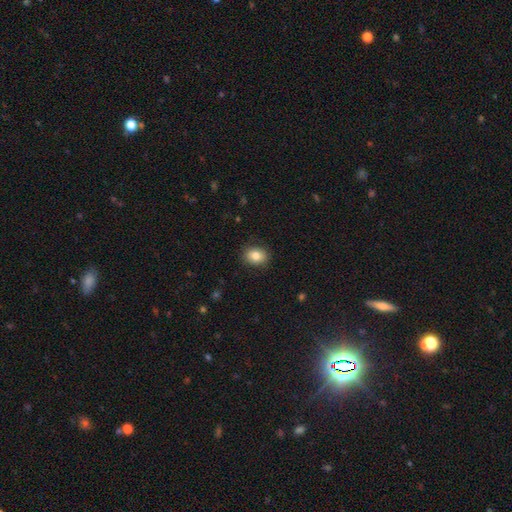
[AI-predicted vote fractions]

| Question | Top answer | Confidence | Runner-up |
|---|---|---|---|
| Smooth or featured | smooth | 83% | star or artifact (9%) |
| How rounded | in between | 54% | round (45%) |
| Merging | none | 88% | minor disturbance (9%) |